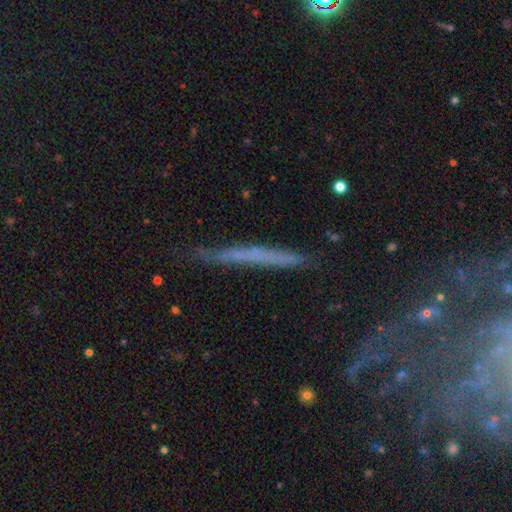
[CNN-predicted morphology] Q: Smooth or featured?
A: featured or disk (60%); runner-up: smooth (27%)
Q: Edge-on disk?
A: yes (75%); runner-up: no (25%)
Q: Merging?
A: none (78%); runner-up: minor disturbance (13%)